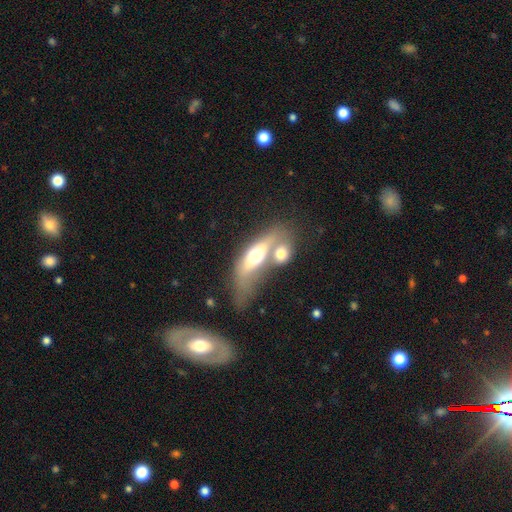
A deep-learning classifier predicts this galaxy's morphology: The model was most divided on "smooth or featured": smooth: 49%, featured or disk: 45%, star or artifact: 7%. More confident: merging — merger (61%).